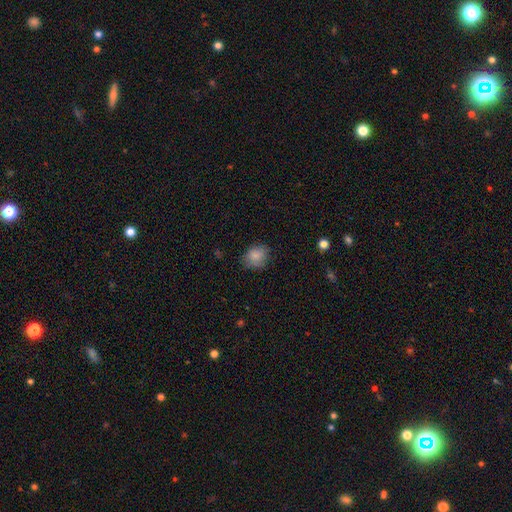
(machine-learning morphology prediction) smooth-or-featured: smooth: 84% | star or artifact: 9% | featured or disk: 7%
  how-rounded: round: 58% | in between: 41% | cigar-shaped: 1%
  merging: none: 71% | minor disturbance: 22% | major disturbance: 6% | merger: 1%